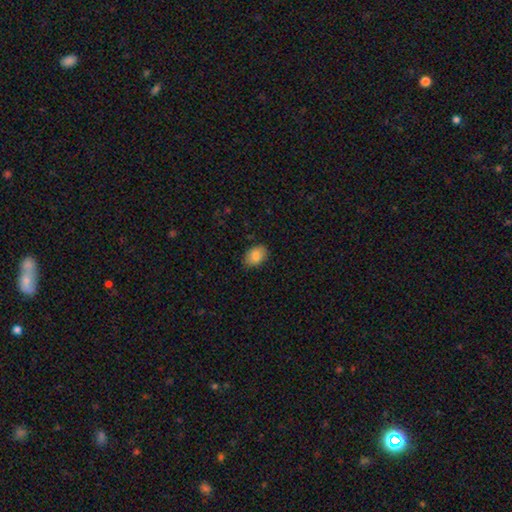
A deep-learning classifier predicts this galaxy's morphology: Smooth or featured?
  - smooth: 83% *
  - featured or disk: 9%
  - star or artifact: 8%
How rounded?
  - in between: 80% *
  - round: 19%
  - cigar-shaped: 1%
Merging?
  - none: 85% *
  - minor disturbance: 12%
  - major disturbance: 2%
  - merger: 1%